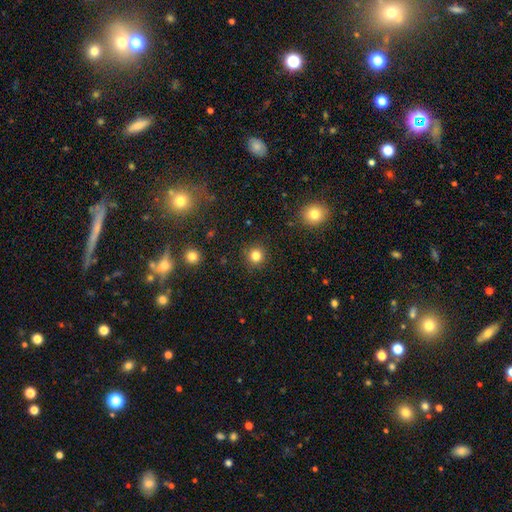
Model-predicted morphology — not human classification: type=smooth (82%); roundness=round (93%); merging=none (90%).